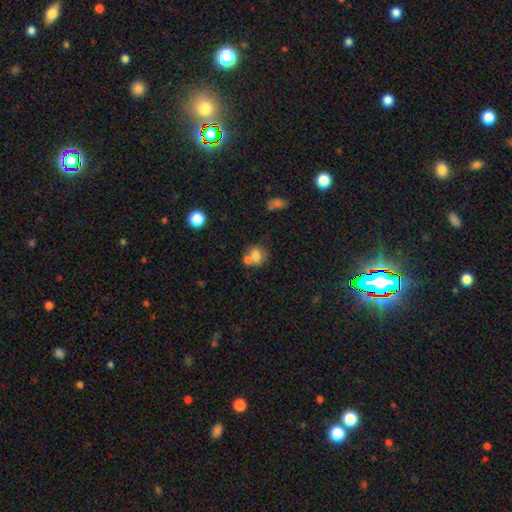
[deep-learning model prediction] This appears to be a smooth galaxy with no disk features (73%) that is round (57%). Merging: none (43%).